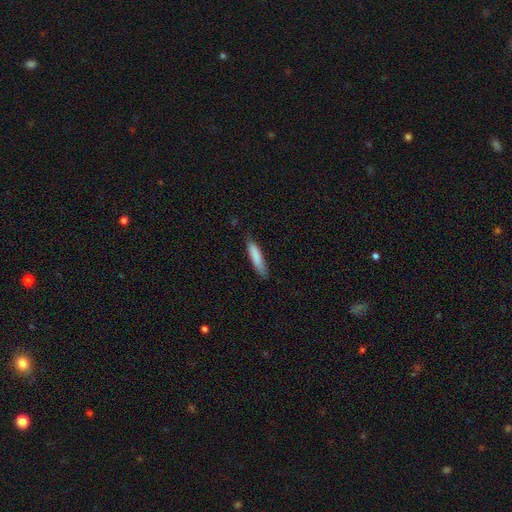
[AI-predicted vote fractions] A smooth galaxy with no disk features (84%) that is cigar-shaped (82%).

Vote fractions:
- Smooth or featured? smooth: 84% / featured or disk: 10% / star or artifact: 6%
- How rounded? cigar-shaped: 82% / in between: 16% / round: 1%
- Merging? none: 78% / minor disturbance: 18% / major disturbance: 3% / merger: 1%